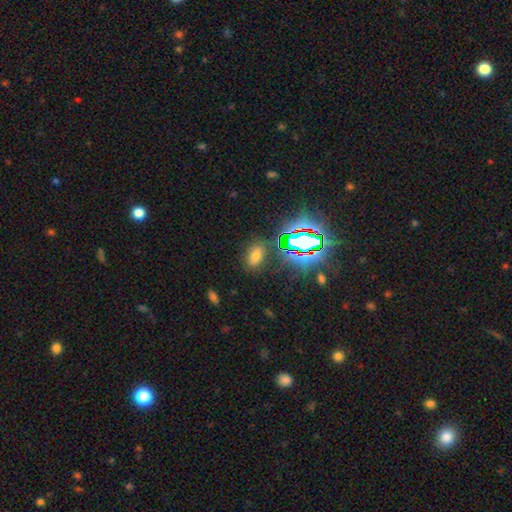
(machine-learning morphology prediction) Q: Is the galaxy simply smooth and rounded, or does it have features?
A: smooth — 57%.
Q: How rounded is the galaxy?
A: in between — 86%.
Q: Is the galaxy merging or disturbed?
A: none — 82%.